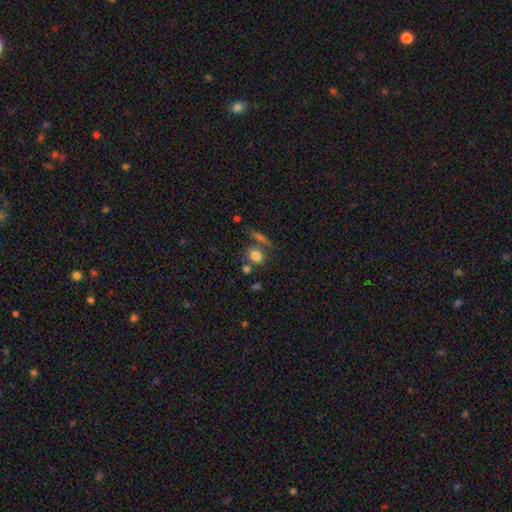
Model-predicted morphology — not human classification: A smooth galaxy with no disk features (80%) that is round (68%).

Vote fractions:
- Smooth or featured? smooth: 80% / star or artifact: 11% / featured or disk: 10%
- How rounded? round: 68% / in between: 29% / cigar-shaped: 3%
- Merging? none: 63% / merger: 20% / minor disturbance: 12% / major disturbance: 5%